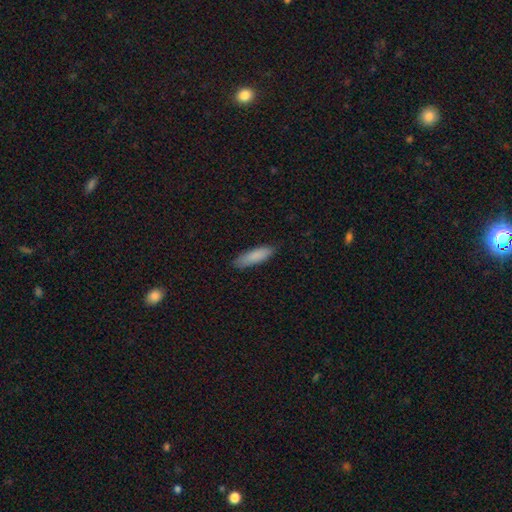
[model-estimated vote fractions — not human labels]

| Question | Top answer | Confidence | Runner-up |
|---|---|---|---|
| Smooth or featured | smooth | 87% | featured or disk (8%) |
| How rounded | cigar-shaped | 59% | in between (40%) |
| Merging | none | 84% | minor disturbance (13%) |